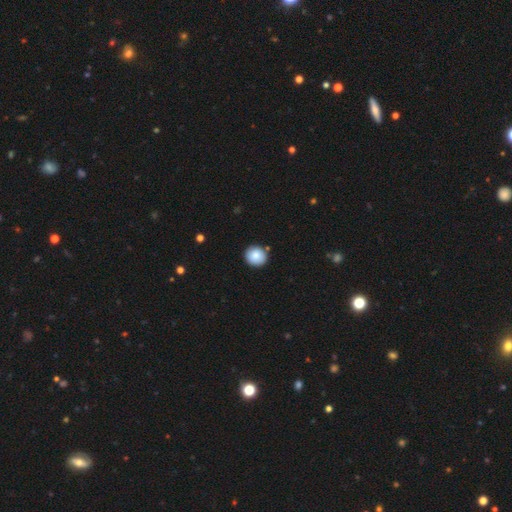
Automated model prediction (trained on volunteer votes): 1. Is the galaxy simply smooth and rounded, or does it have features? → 87% smooth, 8% star or artifact, 5% featured or disk.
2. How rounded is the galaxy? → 91% round, 8% in between, 1% cigar-shaped.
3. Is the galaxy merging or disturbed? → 89% none, 8% minor disturbance, 2% merger, 2% major disturbance.